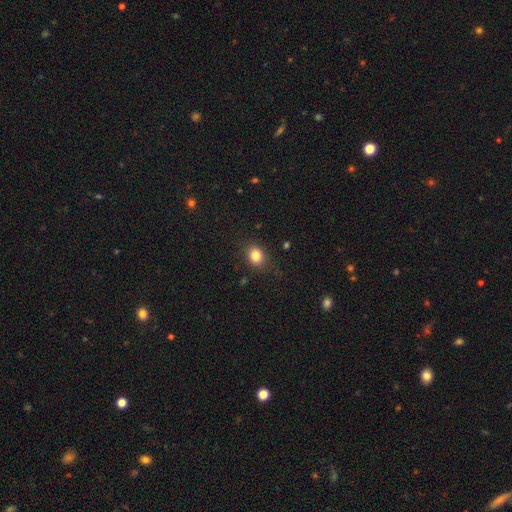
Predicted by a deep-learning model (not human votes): Smooth or featured?
  - smooth: 83% *
  - star or artifact: 11%
  - featured or disk: 6%
How rounded?
  - round: 57% *
  - in between: 42%
  - cigar-shaped: 1%
Merging?
  - none: 82% *
  - minor disturbance: 13%
  - major disturbance: 4%
  - merger: 1%